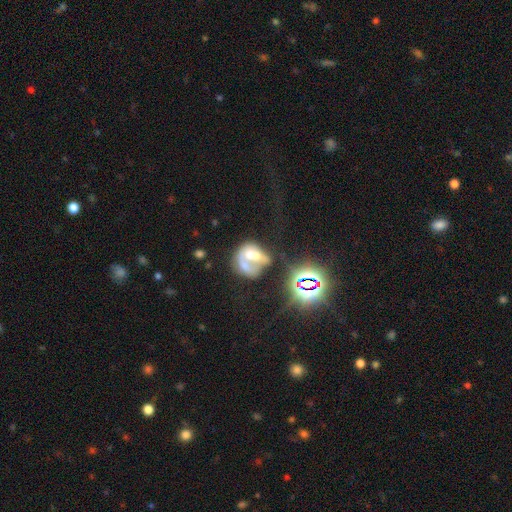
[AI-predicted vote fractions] A featured or disk galaxy (53%) with no bar (86%), no spiral arms (78%) and a moderate central bulge (52%).

Vote fractions:
- Smooth or featured? featured or disk: 53% / smooth: 31% / star or artifact: 16%
- Edge-on disk? no: 97% / yes: 3%
- Bar? no: 86% / weak: 10% / strong: 4%
- Spiral arms? no: 78% / yes: 22%
- Bulge size? moderate: 52% / small: 17% / none: 16% / large: 11% / dominant: 3%
- Merging? merger: 59% / major disturbance: 17% / none: 15% / minor disturbance: 9%